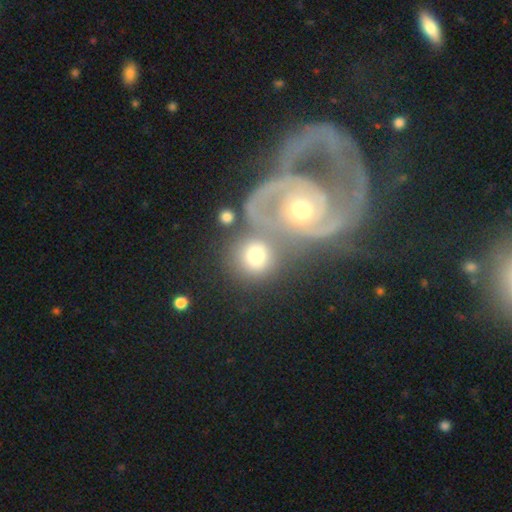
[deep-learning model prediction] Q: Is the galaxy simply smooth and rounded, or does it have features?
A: smooth — 62%.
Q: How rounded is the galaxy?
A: round — 82%.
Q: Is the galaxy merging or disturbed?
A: merger — 41%.